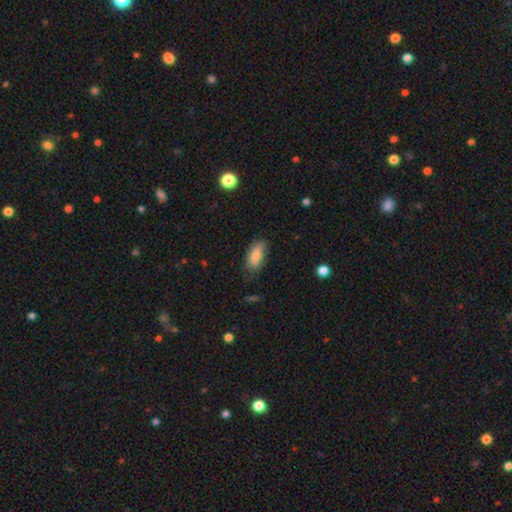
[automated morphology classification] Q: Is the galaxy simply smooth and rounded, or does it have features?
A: smooth — 78%.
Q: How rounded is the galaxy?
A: in between — 87%.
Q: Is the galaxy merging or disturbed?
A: none — 63%.